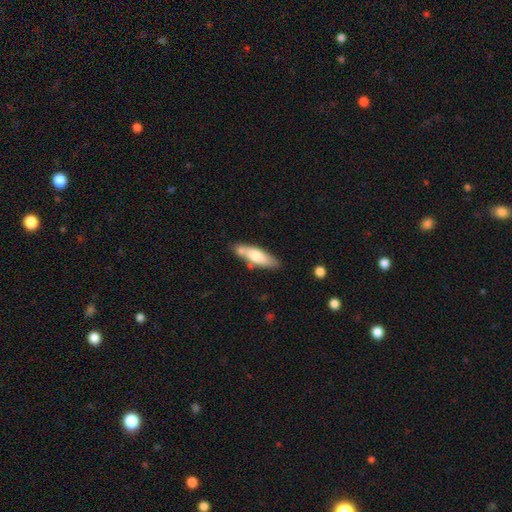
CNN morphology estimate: Q: Smooth or featured?
A: smooth (68%); runner-up: featured or disk (26%)
Q: How rounded?
A: cigar-shaped (58%); runner-up: in between (40%)
Q: Merging?
A: none (66%); runner-up: minor disturbance (17%)